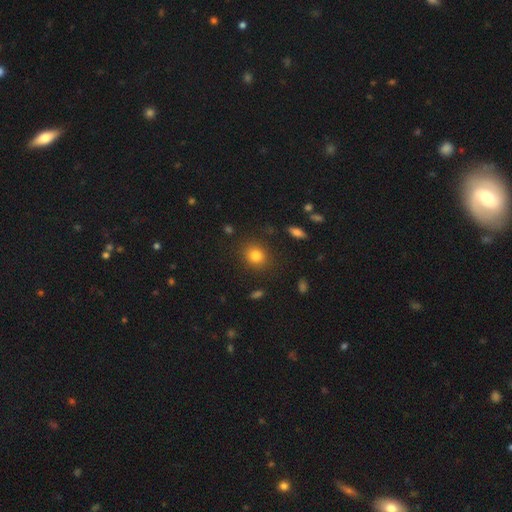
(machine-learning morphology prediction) Overall: smooth (81%). How rounded: round (74%). Merging: none (87%).